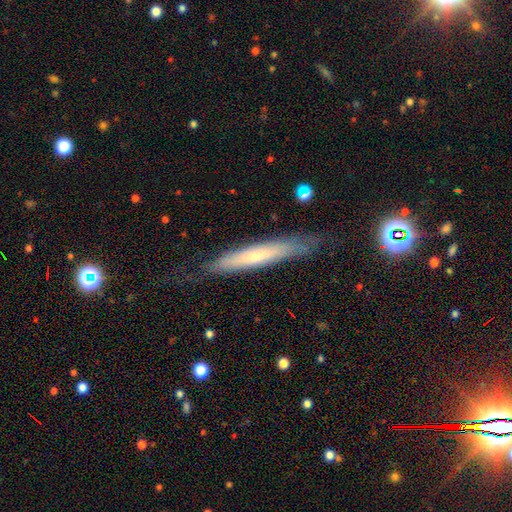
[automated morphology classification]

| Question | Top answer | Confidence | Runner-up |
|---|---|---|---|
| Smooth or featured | featured or disk | 50% | smooth (43%) |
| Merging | none | 74% | minor disturbance (18%) |